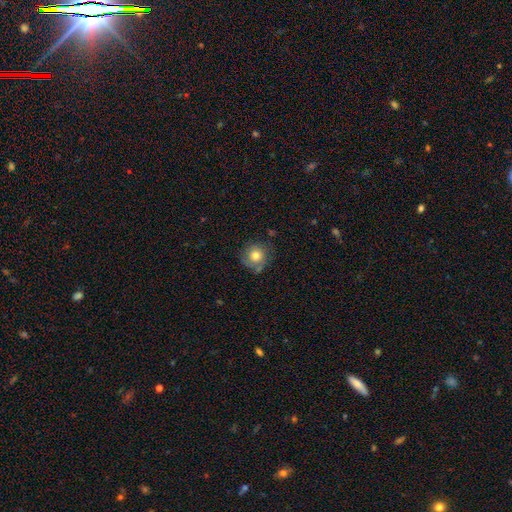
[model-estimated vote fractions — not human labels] smooth_or_featured: smooth (p=0.65) [alt: featured or disk p=0.26]
how_rounded: round (p=0.90) [alt: in between p=0.09]
merging: none (p=0.69) [alt: minor disturbance p=0.19]